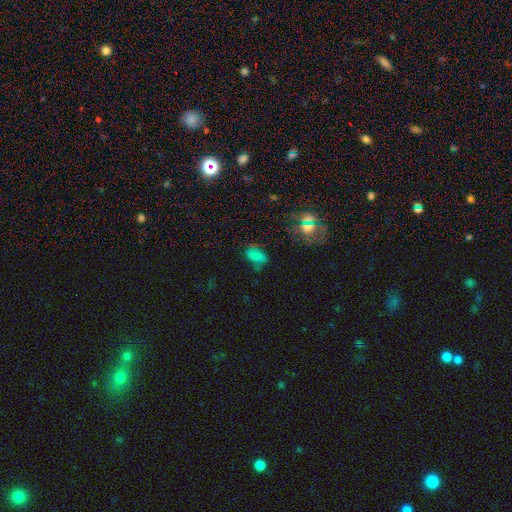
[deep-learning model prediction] Morphology: type=smooth (64%); roundness=in between (88%); merging=none (54%).